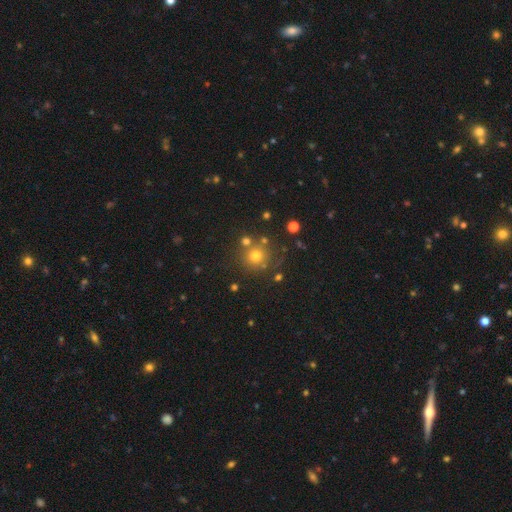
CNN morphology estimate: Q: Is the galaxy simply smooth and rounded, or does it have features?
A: smooth — 71%.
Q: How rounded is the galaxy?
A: round — 91%.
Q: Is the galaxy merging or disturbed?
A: none — 74%.